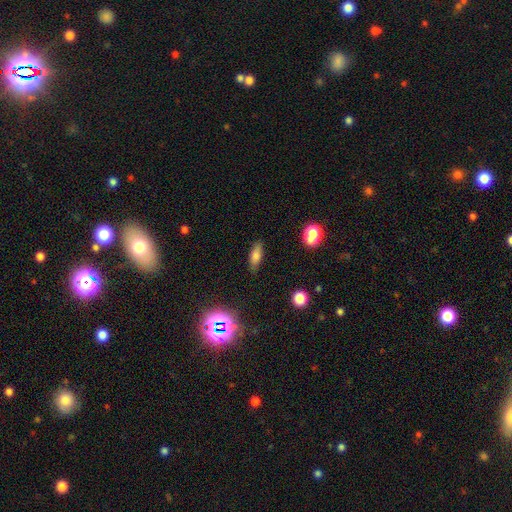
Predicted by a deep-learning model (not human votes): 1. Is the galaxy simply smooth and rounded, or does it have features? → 71% smooth, 17% featured or disk, 12% star or artifact.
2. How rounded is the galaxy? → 66% in between, 29% cigar-shaped, 5% round.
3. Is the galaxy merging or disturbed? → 85% none, 11% minor disturbance, 3% major disturbance, 1% merger.